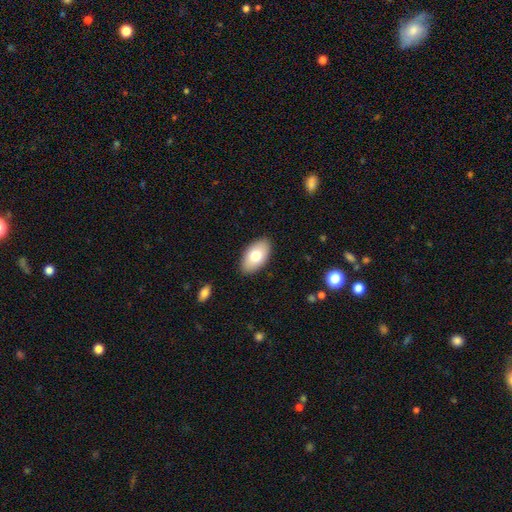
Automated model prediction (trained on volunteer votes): This appears to be a smooth galaxy with no disk features (75%) that is in between round and cigar-shaped (95%). Merging: none (88%).